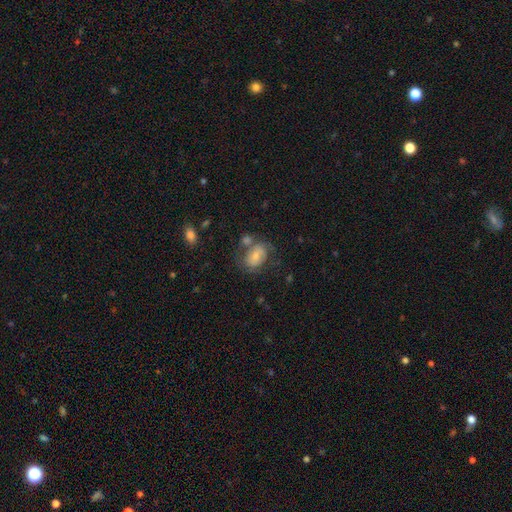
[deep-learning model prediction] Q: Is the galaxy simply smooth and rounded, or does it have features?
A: smooth — 51%.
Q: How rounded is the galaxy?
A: in between — 68%.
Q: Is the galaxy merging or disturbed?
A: none — 44%.